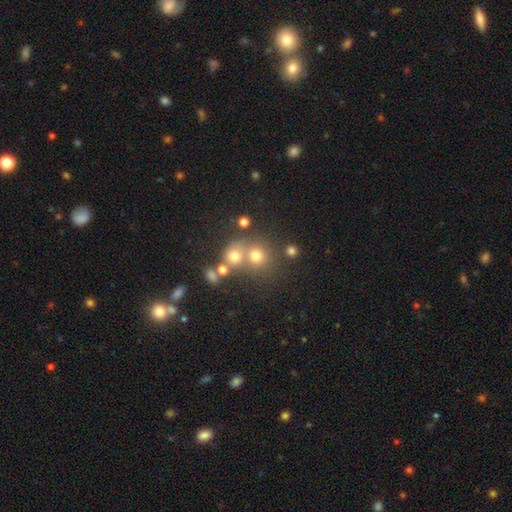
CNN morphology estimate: Smooth or featured?
  - smooth: 68% *
  - star or artifact: 19%
  - featured or disk: 13%
How rounded?
  - round: 85% *
  - in between: 14%
  - cigar-shaped: 1%
Merging?
  - none: 51% *
  - merger: 37%
  - minor disturbance: 8%
  - major disturbance: 4%